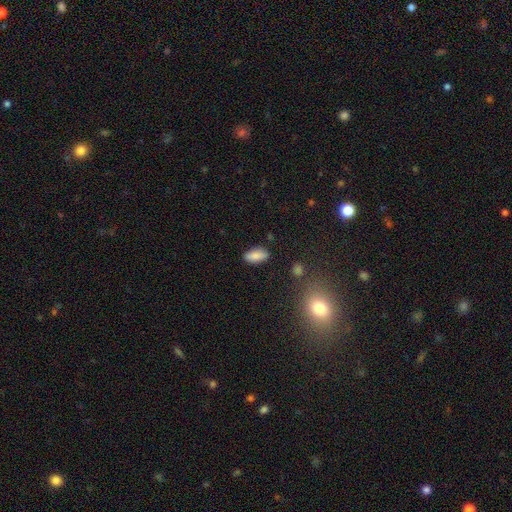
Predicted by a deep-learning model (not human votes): Smooth or featured? smooth (85%)
How rounded? in between (86%)
Merging? none (83%)